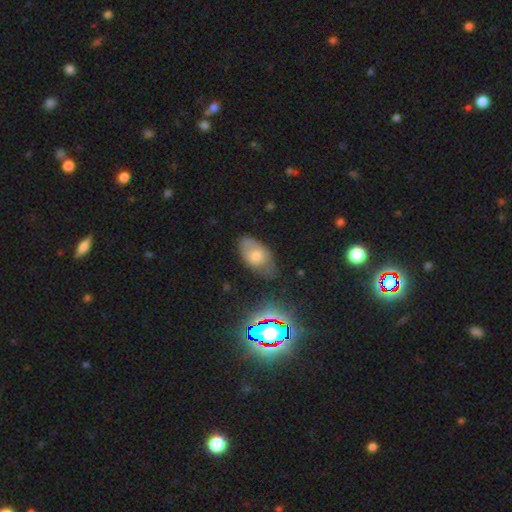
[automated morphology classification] type=smooth (61%); roundness=in between (91%); merging=none (59%).